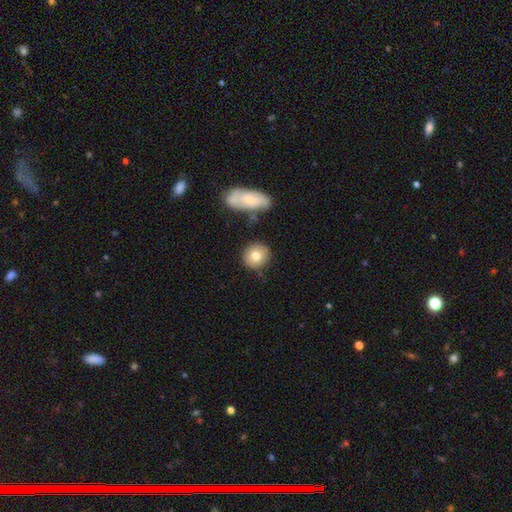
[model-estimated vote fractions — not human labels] A smooth galaxy with no disk features (80%) that is round (86%).

Vote fractions:
- Smooth or featured? smooth: 80% / featured or disk: 13% / star or artifact: 7%
- How rounded? round: 86% / in between: 12% / cigar-shaped: 1%
- Merging? none: 80% / minor disturbance: 11% / merger: 6% / major disturbance: 3%